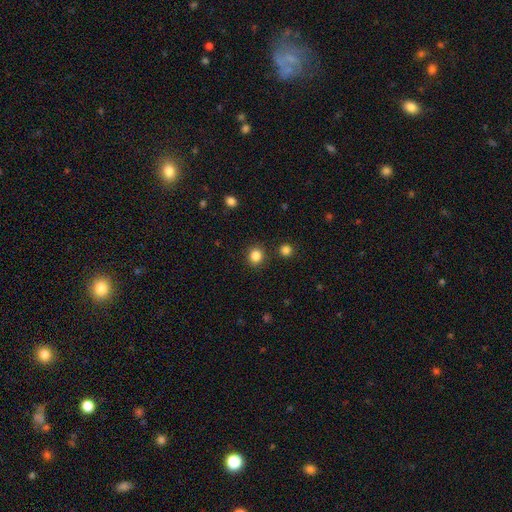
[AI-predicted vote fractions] Smooth or featured: smooth — 84% (star or artifact — 12%)
How rounded: round — 87% (in between — 12%)
Merging: none — 89% (minor disturbance — 6%)